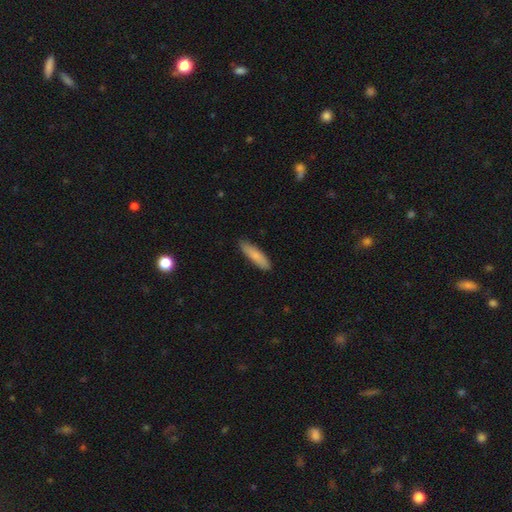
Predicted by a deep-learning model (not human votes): Morphology: type=smooth (83%); roundness=cigar-shaped (73%); merging=none (86%).